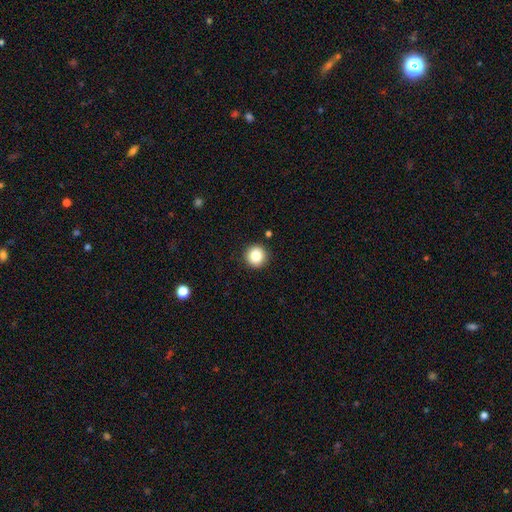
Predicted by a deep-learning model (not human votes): smooth 84%, star or artifact 10%, featured or disk 6%. Down the decision tree: how rounded — round (95%); merging — none (91%).